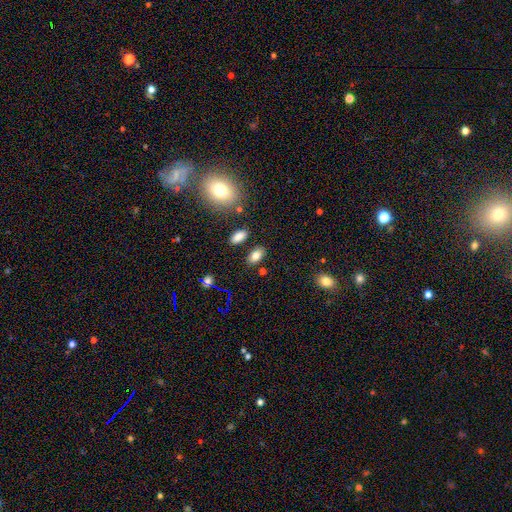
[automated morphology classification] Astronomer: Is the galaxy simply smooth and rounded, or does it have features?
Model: smooth — 79%.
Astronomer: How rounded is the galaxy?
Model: in between — 90%.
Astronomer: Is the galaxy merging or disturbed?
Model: none — 83%.